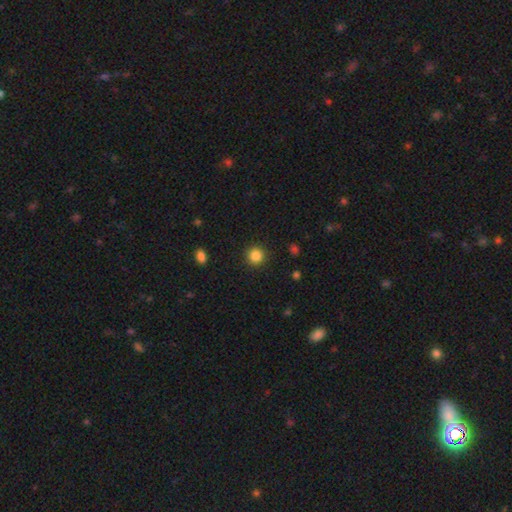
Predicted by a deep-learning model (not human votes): Q: Smooth or featured?
A: smooth (84%); runner-up: star or artifact (11%)
Q: How rounded?
A: round (95%); runner-up: in between (4%)
Q: Merging?
A: none (92%); runner-up: minor disturbance (5%)